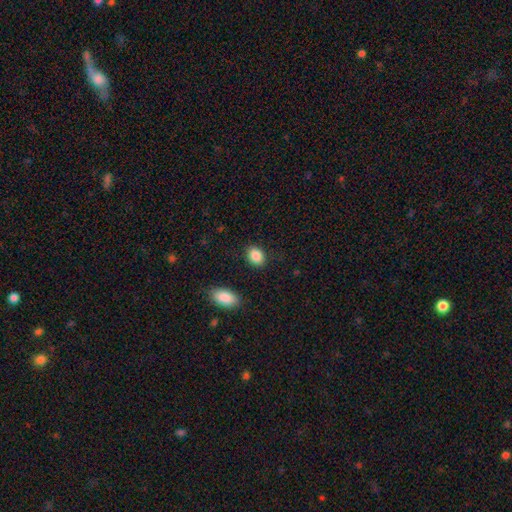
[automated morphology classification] type=smooth (88%); roundness=in between (69%); merging=none (86%).